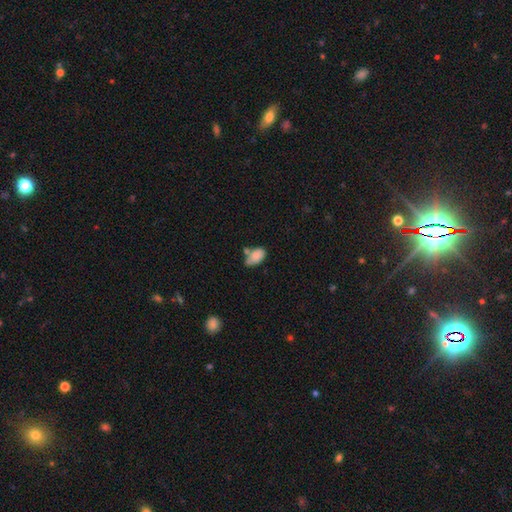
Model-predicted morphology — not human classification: Smooth or featured?
  - smooth: 82% *
  - featured or disk: 10%
  - star or artifact: 8%
How rounded?
  - in between: 92% *
  - round: 6%
  - cigar-shaped: 2%
Merging?
  - none: 44% *
  - minor disturbance: 26%
  - merger: 23%
  - major disturbance: 7%